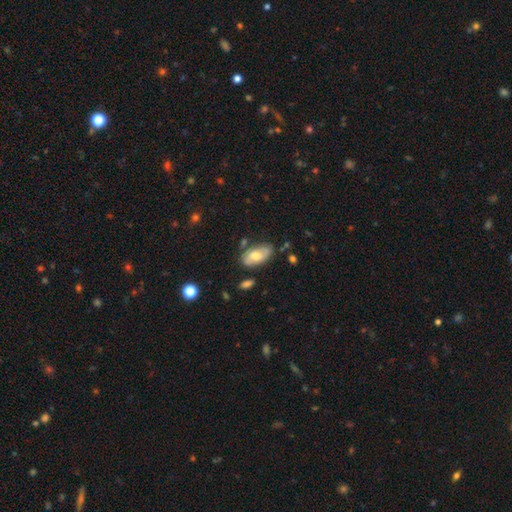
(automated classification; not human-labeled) Smooth or featured: smooth — 58% (featured or disk — 35%)
How rounded: in between — 92% (cigar-shaped — 4%)
Merging: none — 69% (minor disturbance — 21%)